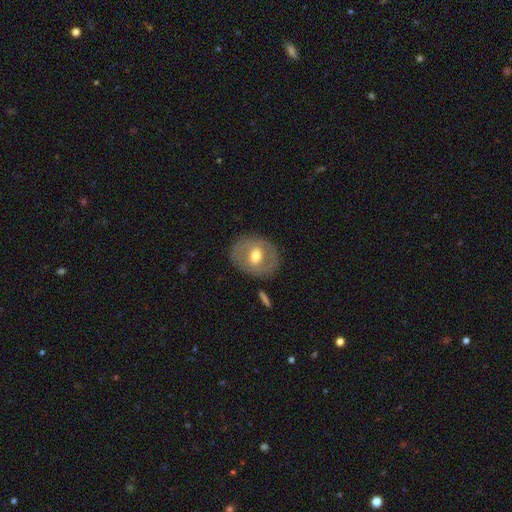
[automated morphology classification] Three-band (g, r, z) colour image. It shows a featured or disk galaxy (49%). Merging: none (81%).